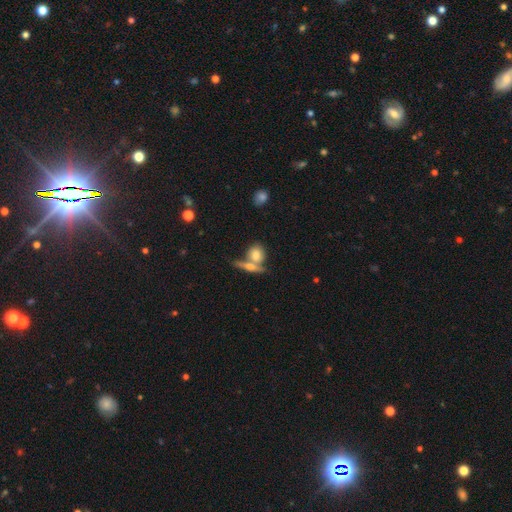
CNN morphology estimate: Smooth or featured?
  - smooth: 67% *
  - featured or disk: 24%
  - star or artifact: 8%
How rounded?
  - round: 53% *
  - in between: 34%
  - cigar-shaped: 13%
Merging?
  - none: 49% *
  - merger: 37%
  - minor disturbance: 9%
  - major disturbance: 4%